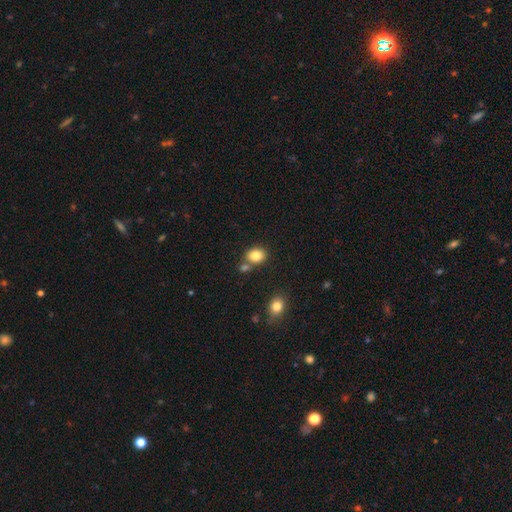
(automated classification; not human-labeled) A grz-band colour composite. It shows a smooth galaxy with no disk features (84%) that is in between round and cigar-shaped (58%). Merging: none (68%).